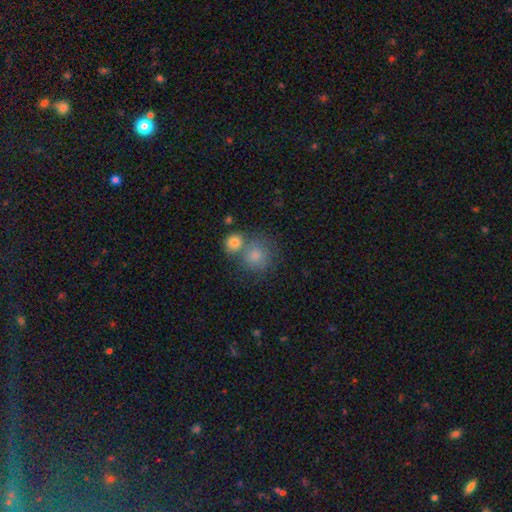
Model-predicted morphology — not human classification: Smooth or featured?
  - smooth: 82% *
  - featured or disk: 9%
  - star or artifact: 9%
How rounded?
  - round: 85% *
  - in between: 14%
  - cigar-shaped: 1%
Merging?
  - none: 48% *
  - merger: 35%
  - minor disturbance: 11%
  - major disturbance: 5%